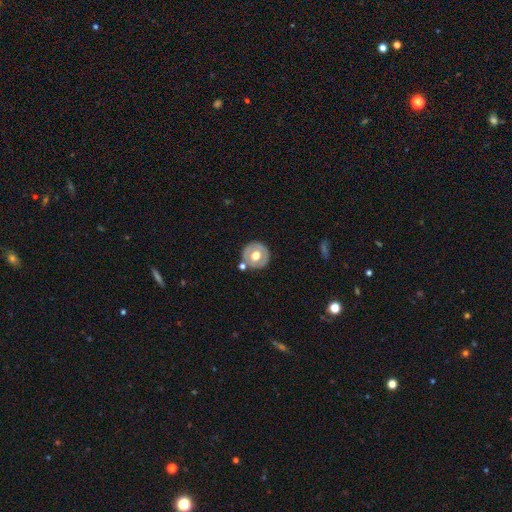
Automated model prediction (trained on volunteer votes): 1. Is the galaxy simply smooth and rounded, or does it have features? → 50% smooth, 43% featured or disk, 6% star or artifact.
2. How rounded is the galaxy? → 91% round, 8% in between, 1% cigar-shaped.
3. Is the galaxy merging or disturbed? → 78% none, 10% minor disturbance, 8% merger, 3% major disturbance.